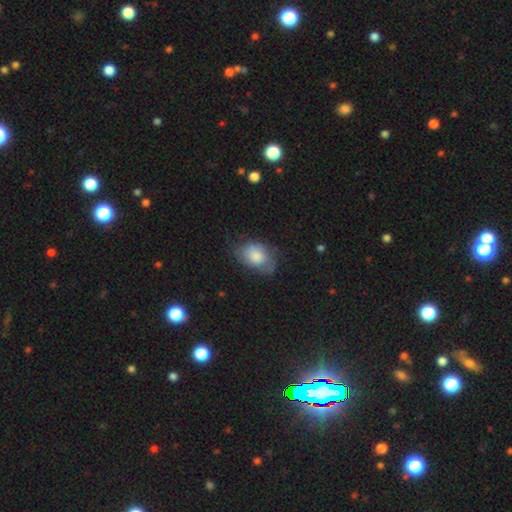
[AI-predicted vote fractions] Smooth or featured? Predicted: smooth (p=0.69). How rounded? Predicted: in between (p=0.80). Merging? Predicted: none (p=0.54).